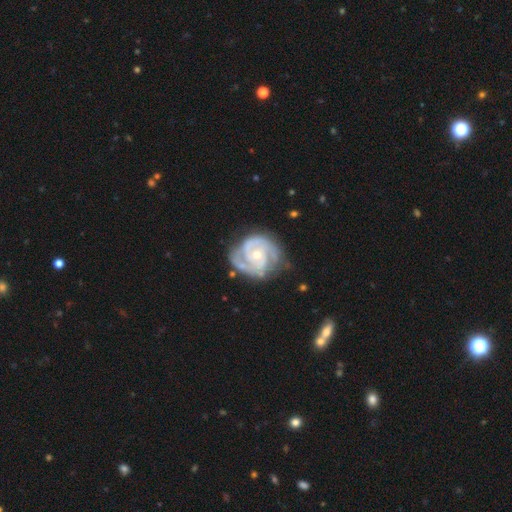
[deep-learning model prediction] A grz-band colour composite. It shows a featured or disk galaxy (90%) with no bar (66%), 2 (63%) tight (65%) spiral arms (98%) and a small central bulge (57%). Merging: none (71%).